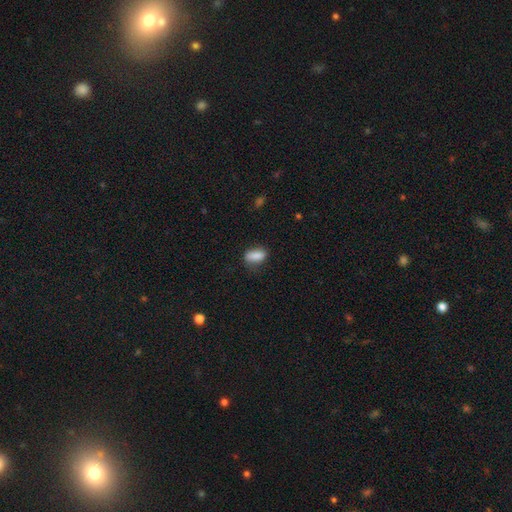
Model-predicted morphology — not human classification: Smooth or featured: smooth — 85% (star or artifact — 8%)
How rounded: in between — 83% (cigar-shaped — 12%)
Merging: none — 71% (minor disturbance — 22%)